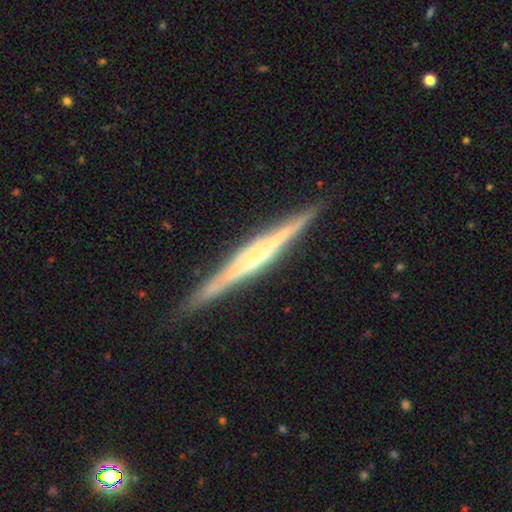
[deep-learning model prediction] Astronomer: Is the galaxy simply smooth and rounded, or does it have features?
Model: featured or disk — 80%.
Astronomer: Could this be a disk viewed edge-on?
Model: yes — 98%.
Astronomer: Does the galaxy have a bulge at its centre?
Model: rounded — 48% (runner-up: boxy, 32%).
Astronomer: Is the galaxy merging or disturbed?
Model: none — 90%.